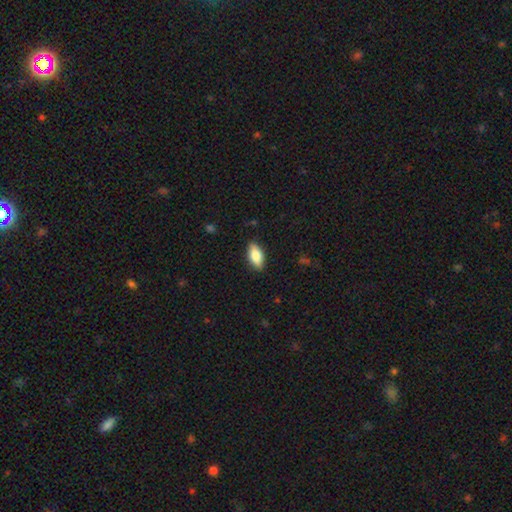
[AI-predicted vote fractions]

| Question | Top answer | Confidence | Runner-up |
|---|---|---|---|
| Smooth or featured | smooth | 77% | featured or disk (17%) |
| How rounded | in between | 86% | cigar-shaped (11%) |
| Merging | none | 86% | minor disturbance (10%) |